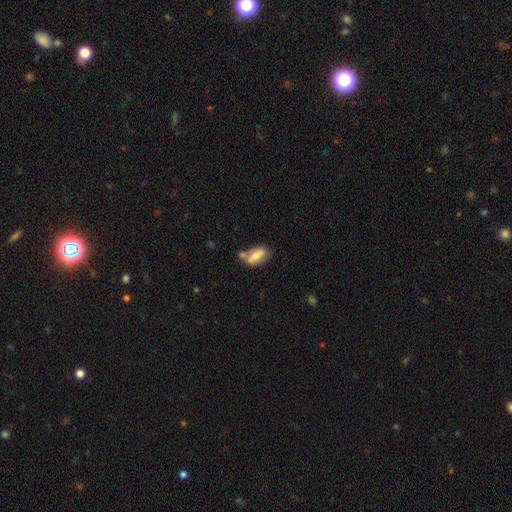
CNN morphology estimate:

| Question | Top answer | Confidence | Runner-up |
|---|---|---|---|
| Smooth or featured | smooth | 67% | featured or disk (26%) |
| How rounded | in between | 88% | cigar-shaped (7%) |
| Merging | none | 49% | minor disturbance (23%) |